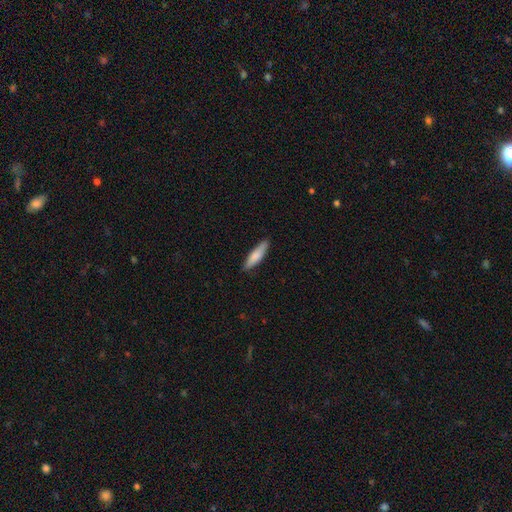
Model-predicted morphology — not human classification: A smooth galaxy with no disk features (80%) that is cigar-shaped (70%).

Vote fractions:
- Smooth or featured? smooth: 80% / featured or disk: 14% / star or artifact: 5%
- How rounded? cigar-shaped: 70% / in between: 29% / round: 1%
- Merging? none: 85% / minor disturbance: 12% / major disturbance: 2% / merger: 1%